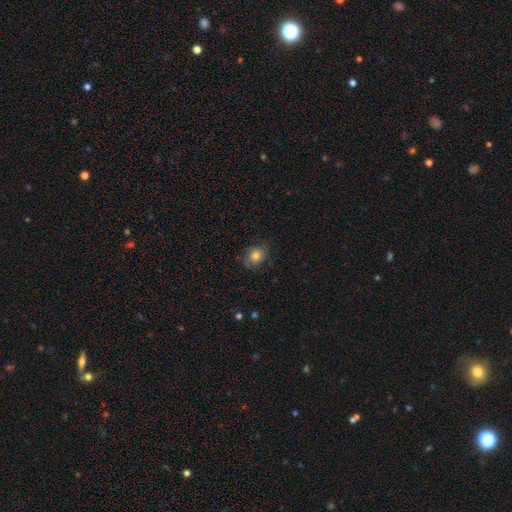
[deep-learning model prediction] This is likely a smooth galaxy (73%). How rounded: possibly round (55%). Merging: likely none (73%).